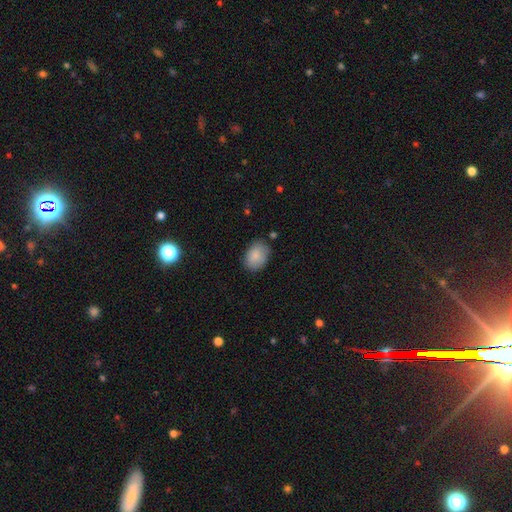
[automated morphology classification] A smooth galaxy with no disk features (87%) that is in between round and cigar-shaped (78%).

Vote fractions:
- Smooth or featured? smooth: 87% / star or artifact: 7% / featured or disk: 6%
- How rounded? in between: 78% / round: 21% / cigar-shaped: 1%
- Merging? none: 77% / minor disturbance: 17% / major disturbance: 4% / merger: 2%